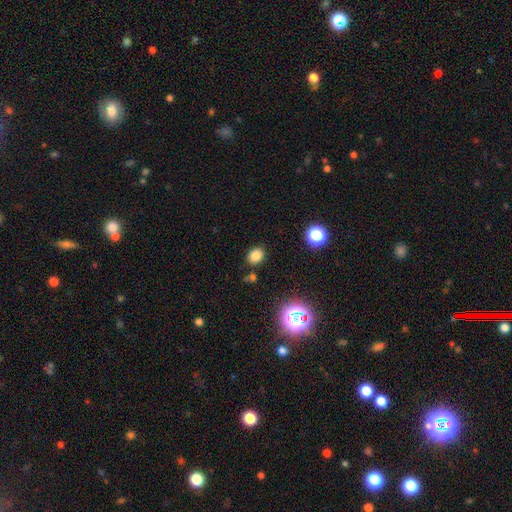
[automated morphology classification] Smooth or featured? smooth (80%)
How rounded? round (54%)
Merging? none (82%)